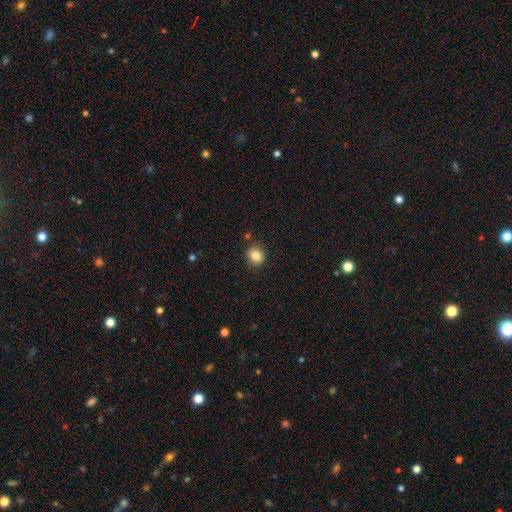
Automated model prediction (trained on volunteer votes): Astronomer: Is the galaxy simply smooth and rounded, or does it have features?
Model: smooth — 83%.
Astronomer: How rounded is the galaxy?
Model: round — 75%.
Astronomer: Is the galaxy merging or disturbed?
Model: none — 87%.